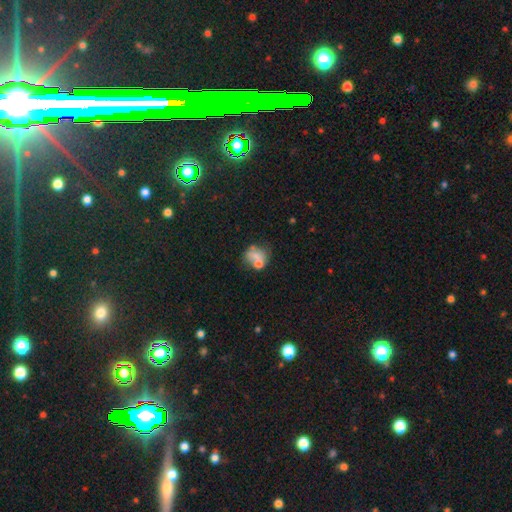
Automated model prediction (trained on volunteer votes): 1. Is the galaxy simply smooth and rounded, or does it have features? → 60% smooth, 27% featured or disk, 12% star or artifact.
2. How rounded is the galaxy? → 62% round, 37% in between, 1% cigar-shaped.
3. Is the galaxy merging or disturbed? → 37% none, 35% merger, 17% minor disturbance, 11% major disturbance.